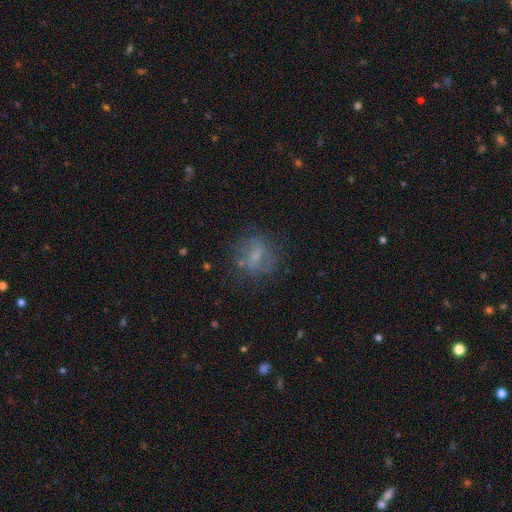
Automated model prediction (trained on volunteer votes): Smooth or featured? smooth (48%)
Merging? none (62%)